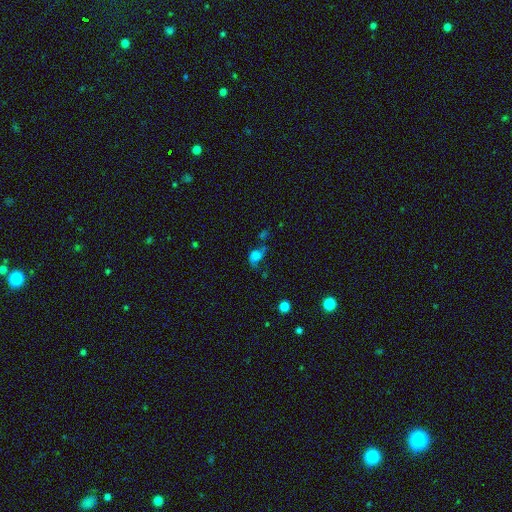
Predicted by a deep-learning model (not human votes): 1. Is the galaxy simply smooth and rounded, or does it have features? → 55% smooth, 27% featured or disk, 18% star or artifact.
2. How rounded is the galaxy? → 55% in between, 43% round, 2% cigar-shaped.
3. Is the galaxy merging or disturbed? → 33% major disturbance, 29% none, 22% minor disturbance, 17% merger.